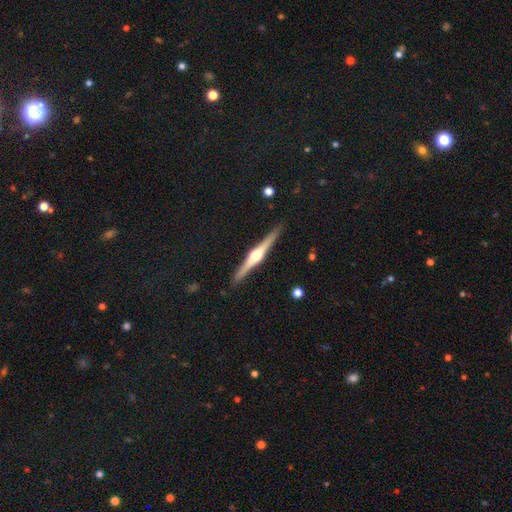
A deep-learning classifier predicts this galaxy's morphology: type=featured or disk (82%); edge-on=yes (99%); edge-on bulge=rounded (93%); merging=none (91%).